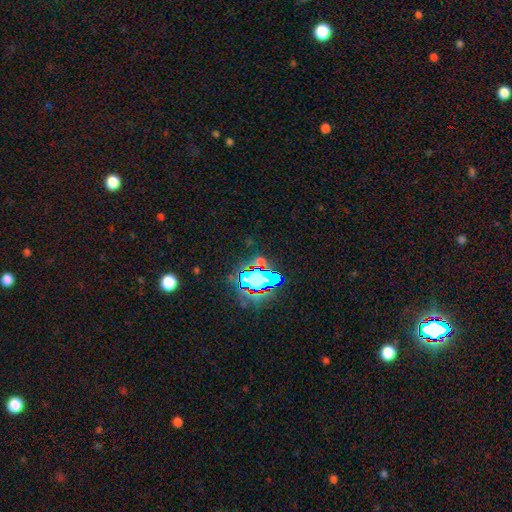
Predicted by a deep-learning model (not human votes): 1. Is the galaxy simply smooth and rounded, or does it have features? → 80% star or artifact, 12% smooth, 9% featured or disk.